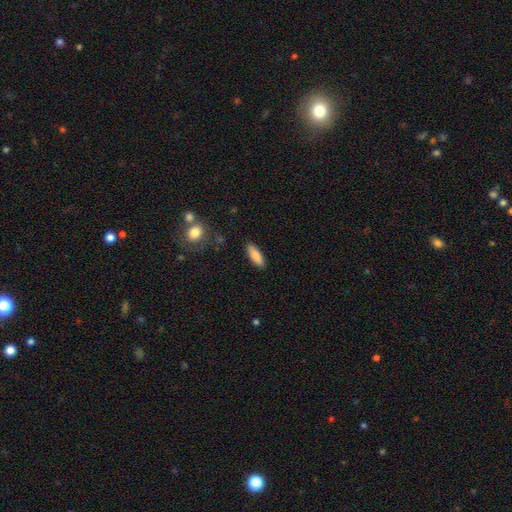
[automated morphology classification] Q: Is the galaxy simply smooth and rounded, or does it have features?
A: smooth — 85%.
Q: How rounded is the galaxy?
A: in between — 59%.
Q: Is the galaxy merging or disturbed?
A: none — 87%.